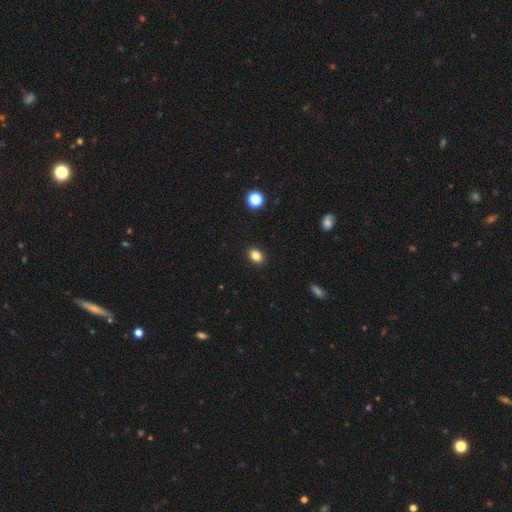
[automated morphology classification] type=smooth (84%); roundness=in between (70%); merging=none (91%).